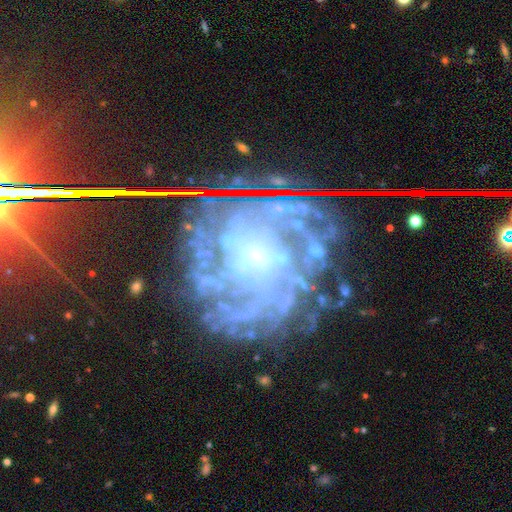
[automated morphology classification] Smooth or featured: featured or disk — 80% (star or artifact — 13%)
Edge-on disk: no — 97% (yes — 3%)
Bar: no — 63% (weak — 27%)
Spiral arms: yes — 88% (no — 12%)
Spiral winding: tight — 58% (medium — 29%)
Spiral arm count: can't tell — 34% (more than 4 — 23%)
Bulge size: small — 73% (moderate — 17%)
Merging: none — 64% (minor disturbance — 17%)